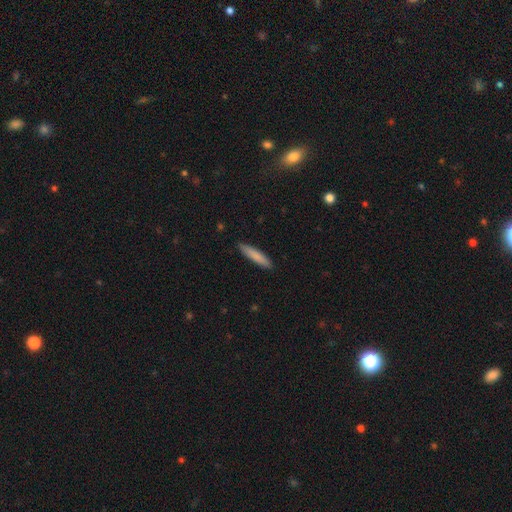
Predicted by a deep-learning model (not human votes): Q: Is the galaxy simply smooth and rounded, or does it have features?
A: smooth — 83%.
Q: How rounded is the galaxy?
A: cigar-shaped — 88%.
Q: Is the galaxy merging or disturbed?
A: none — 89%.